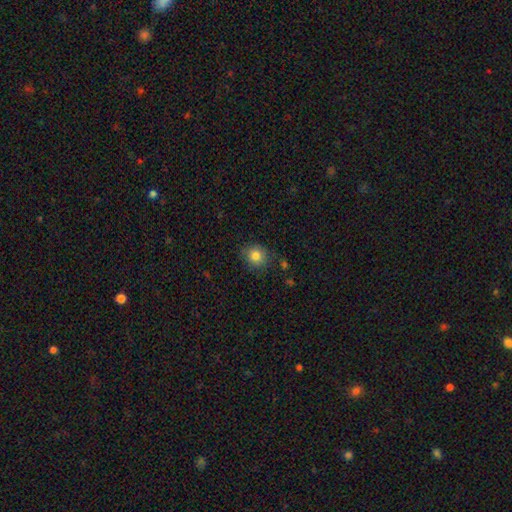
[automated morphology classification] Smooth or featured? Predicted: smooth (p=0.82). How rounded? Predicted: round (p=0.77). Merging? Predicted: none (p=0.82).